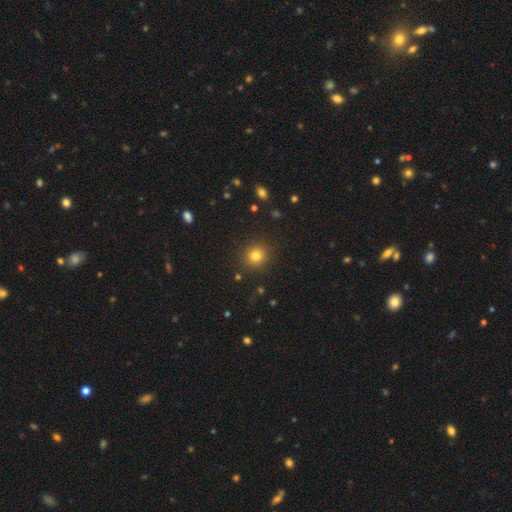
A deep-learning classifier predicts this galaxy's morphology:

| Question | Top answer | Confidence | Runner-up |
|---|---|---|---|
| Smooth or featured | smooth | 80% | star or artifact (14%) |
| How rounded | round | 90% | in between (9%) |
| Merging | none | 90% | minor disturbance (6%) |